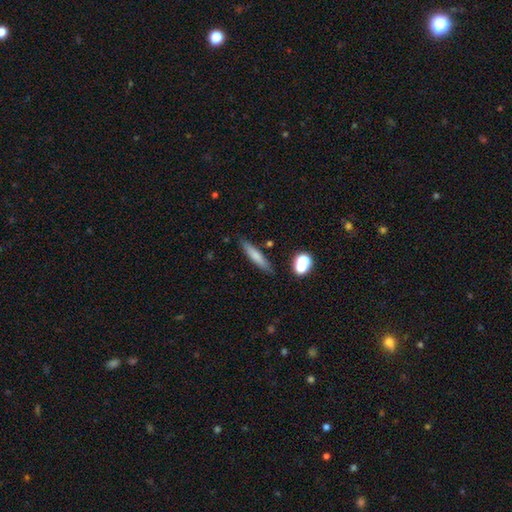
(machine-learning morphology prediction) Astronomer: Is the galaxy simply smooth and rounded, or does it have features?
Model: smooth — 72%.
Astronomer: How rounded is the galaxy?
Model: cigar-shaped — 86%.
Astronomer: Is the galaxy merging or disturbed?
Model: none — 83%.